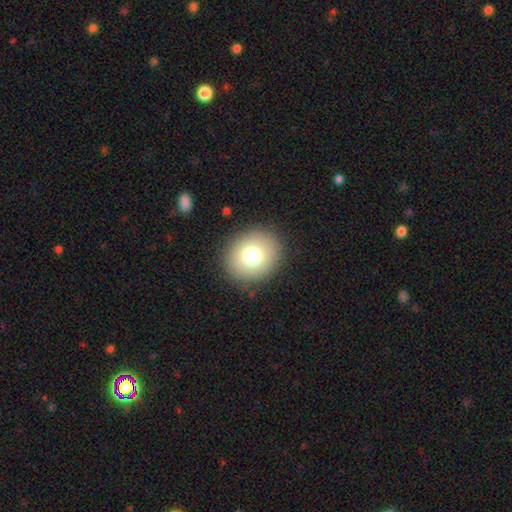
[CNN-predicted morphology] The model was most divided on "how rounded": round: 73%, in between: 26%, cigar-shaped: 1%. More confident: merging — none (91%); smooth or featured — smooth (76%).